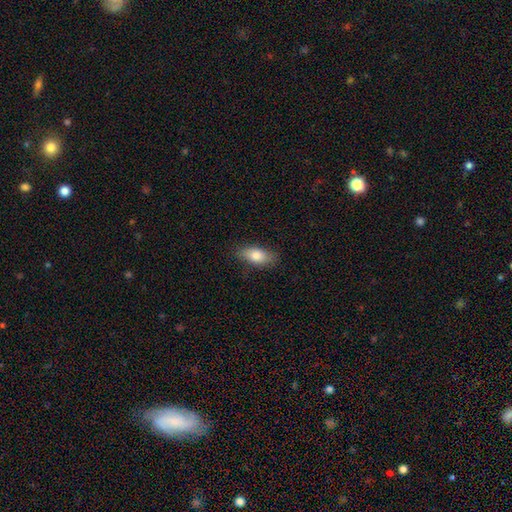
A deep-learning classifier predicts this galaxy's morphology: This is clearly a smooth galaxy (81%). How rounded: clearly in between (85%). Merging: clearly none (84%).